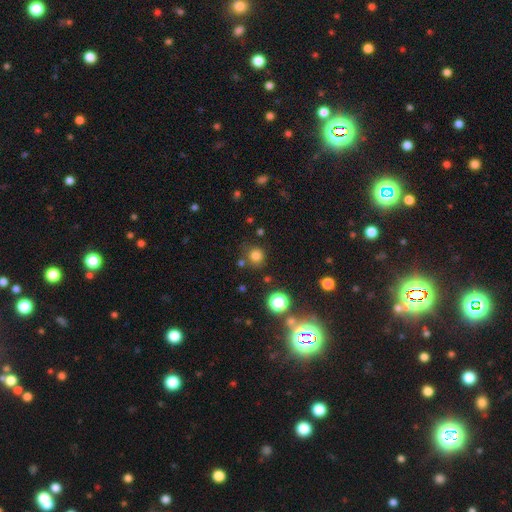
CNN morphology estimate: smooth_or_featured: smooth (p=0.76) [alt: star or artifact p=0.18]
how_rounded: round (p=0.90) [alt: in between p=0.09]
merging: none (p=0.79) [alt: minor disturbance p=0.11]